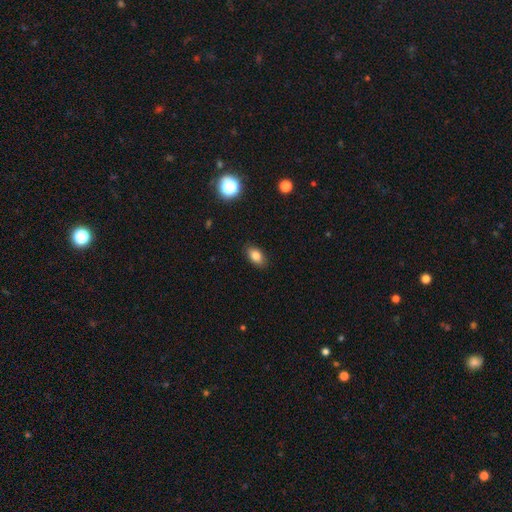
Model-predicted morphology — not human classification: A smooth galaxy with no disk features (83%) that is in between round and cigar-shaped (88%).

Vote fractions:
- Smooth or featured? smooth: 83% / star or artifact: 10% / featured or disk: 8%
- How rounded? in between: 88% / round: 10% / cigar-shaped: 3%
- Merging? none: 87% / minor disturbance: 9% / major disturbance: 2% / merger: 1%